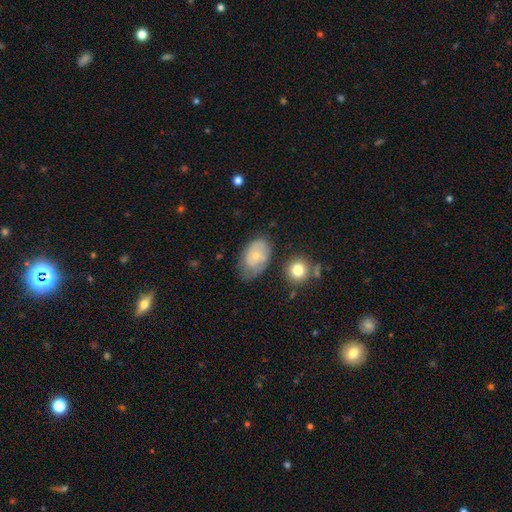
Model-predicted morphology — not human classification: This appears to be a smooth galaxy with no disk features (53%) that is in between round and cigar-shaped (84%). Merging: none (52%).